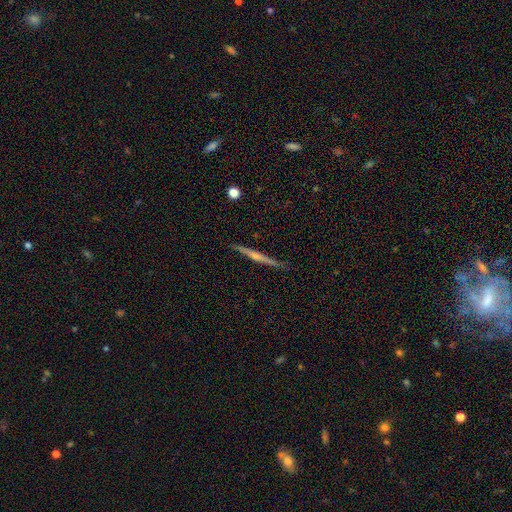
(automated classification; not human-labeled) Smooth or featured: featured or disk — 67% (smooth — 21%)
Edge-on disk: yes — 96% (no — 4%)
Edge-on bulge: rounded — 60% (none — 30%)
Merging: none — 89% (minor disturbance — 7%)